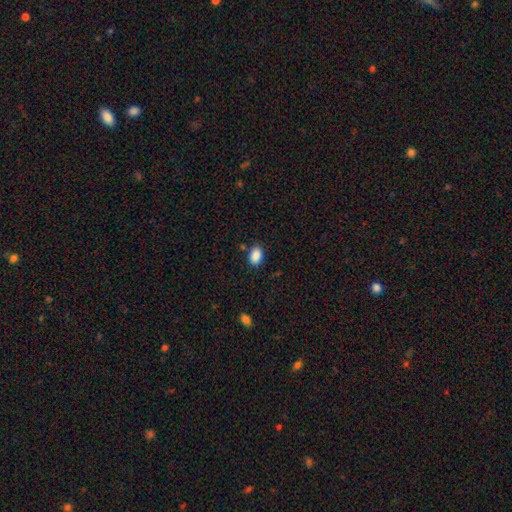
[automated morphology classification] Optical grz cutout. It shows a smooth galaxy with no disk features (89%) that is in between round and cigar-shaped (83%). Merging: none (82%).